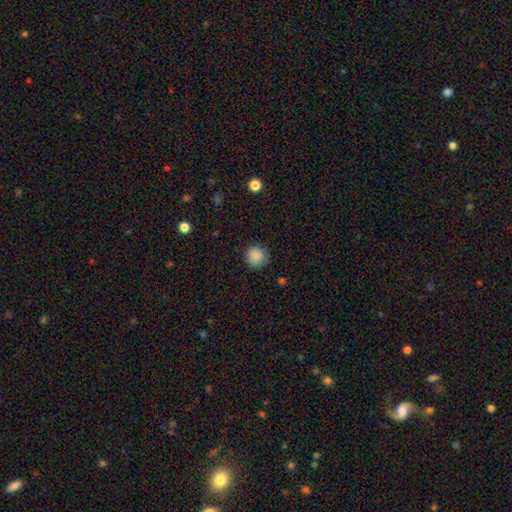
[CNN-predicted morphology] Smooth or featured?
  - smooth: 87% *
  - star or artifact: 9%
  - featured or disk: 4%
How rounded?
  - round: 94% *
  - in between: 5%
  - cigar-shaped: 1%
Merging?
  - none: 89% *
  - minor disturbance: 8%
  - major disturbance: 2%
  - merger: 1%